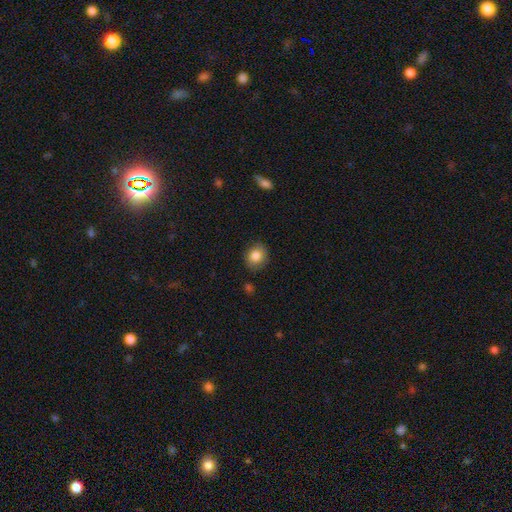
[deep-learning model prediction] Smooth or featured? Predicted: smooth (p=0.83). How rounded? Predicted: round (p=0.66). Merging? Predicted: none (p=0.81).